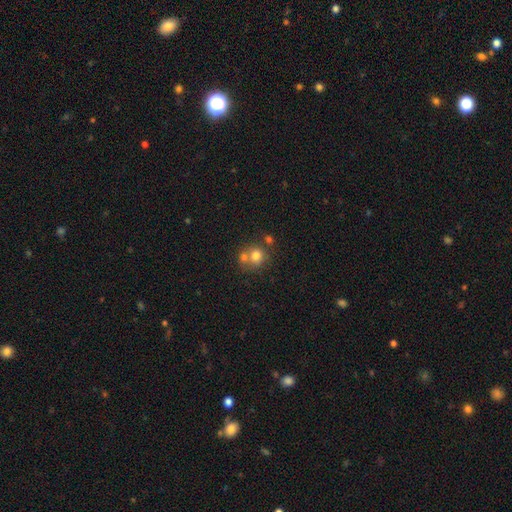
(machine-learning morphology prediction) Smooth or featured? Predicted: smooth (p=0.74). How rounded? Predicted: round (p=0.82). Merging? Predicted: merger (p=0.45).